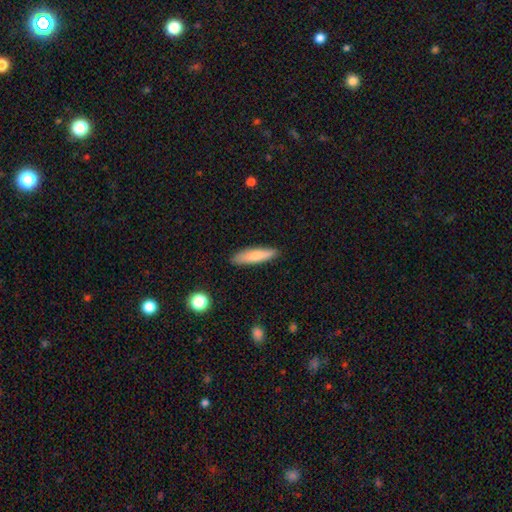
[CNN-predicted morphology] smooth-or-featured: smooth: 78% | featured or disk: 16% | star or artifact: 6%
  how-rounded: cigar-shaped: 78% | in between: 20% | round: 1%
  merging: none: 87% | minor disturbance: 10% | major disturbance: 2% | merger: 1%